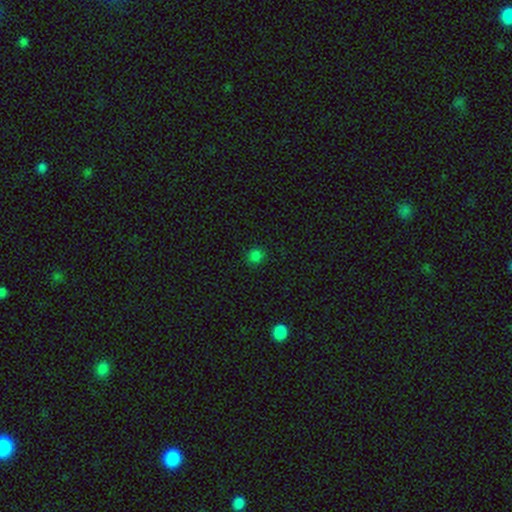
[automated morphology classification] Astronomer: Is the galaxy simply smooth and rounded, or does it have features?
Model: smooth — 78%.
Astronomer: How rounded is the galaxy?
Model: round — 87%.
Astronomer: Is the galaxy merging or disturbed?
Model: none — 88%.